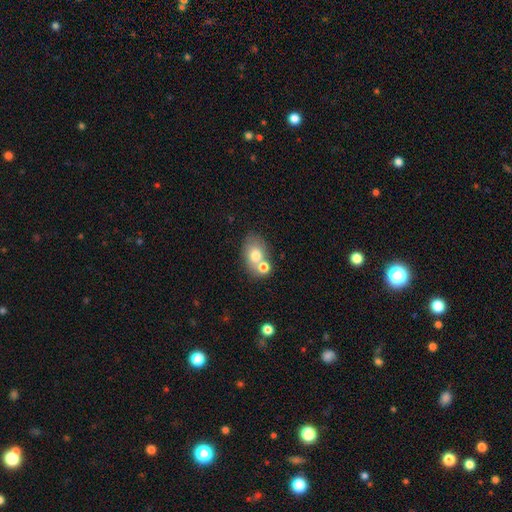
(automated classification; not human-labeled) Smooth or featured? smooth (71%)
How rounded? in between (72%)
Merging? none (48%)